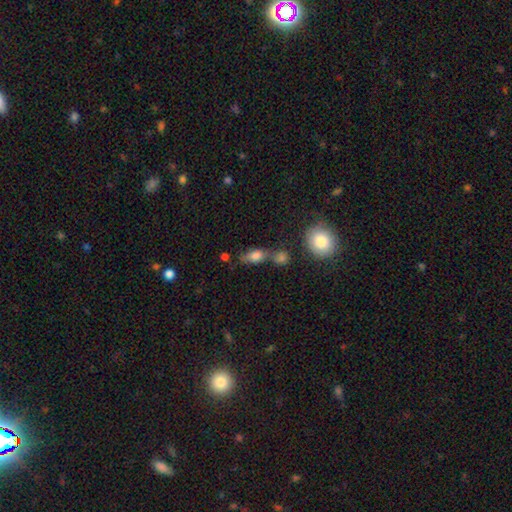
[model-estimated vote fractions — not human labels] A smooth galaxy with no disk features (74%) that is in between round and cigar-shaped (72%). Merging: none (45%).